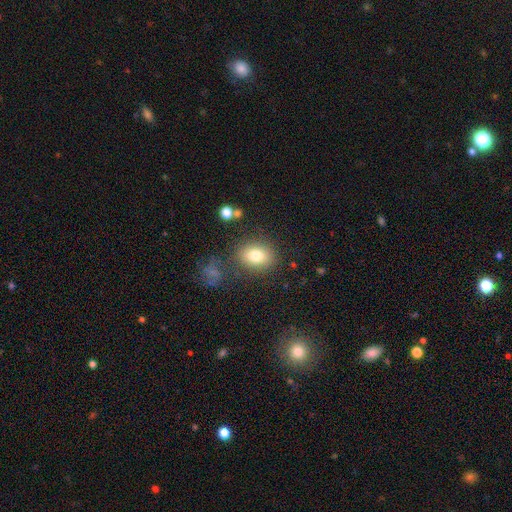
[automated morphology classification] smooth 79%, featured or disk 11%, star or artifact 10%. Down the decision tree: how rounded — in between (59%); merging — none (79%).